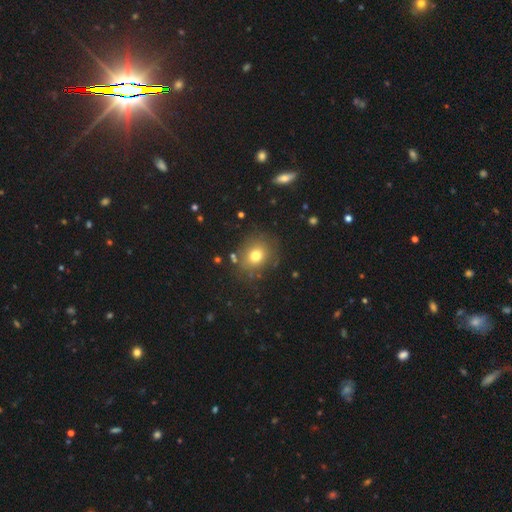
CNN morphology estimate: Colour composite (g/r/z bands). It shows a smooth galaxy with no disk features (74%) that is round (71%). Merging: none (80%).